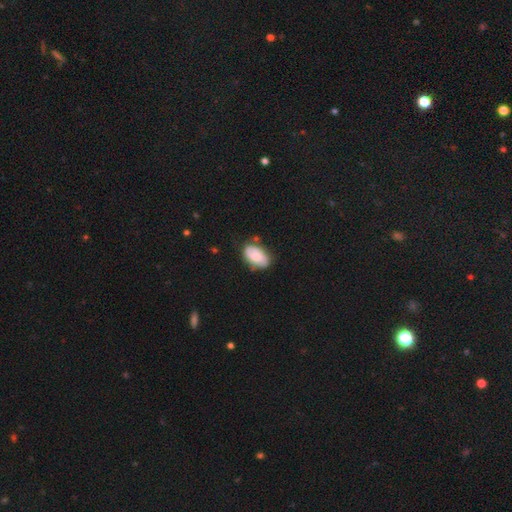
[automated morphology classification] A smooth galaxy with no disk features (66%) that is in between round and cigar-shaped (93%).

Vote fractions:
- Smooth or featured? smooth: 66% / featured or disk: 26% / star or artifact: 7%
- How rounded? in between: 93% / round: 5% / cigar-shaped: 2%
- Merging? none: 63% / minor disturbance: 26% / major disturbance: 6% / merger: 4%